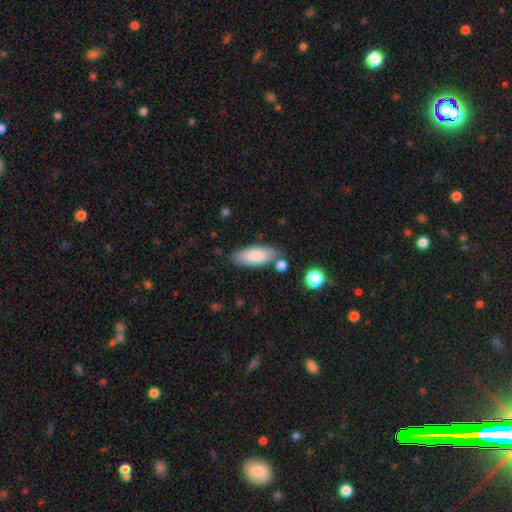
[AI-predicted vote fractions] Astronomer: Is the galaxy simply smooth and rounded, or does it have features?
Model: smooth — 84%.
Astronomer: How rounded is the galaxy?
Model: in between — 75%.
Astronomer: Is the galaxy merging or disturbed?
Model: none — 74%.